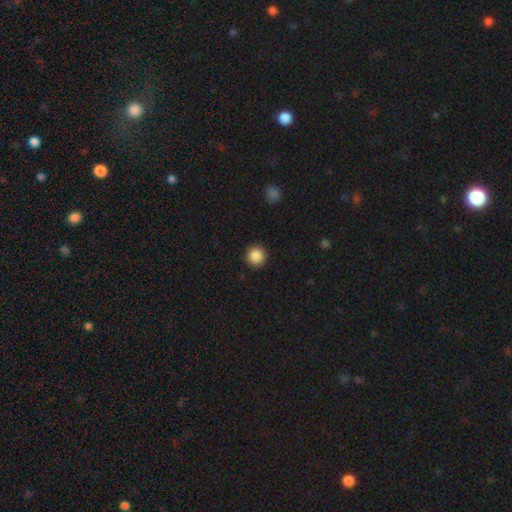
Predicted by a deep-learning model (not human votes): A smooth galaxy with no disk features (87%) that is round (95%).

Vote fractions:
- Smooth or featured? smooth: 87% / star or artifact: 9% / featured or disk: 3%
- How rounded? round: 95% / in between: 4% / cigar-shaped: 1%
- Merging? none: 92% / minor disturbance: 5% / major disturbance: 2% / merger: 1%